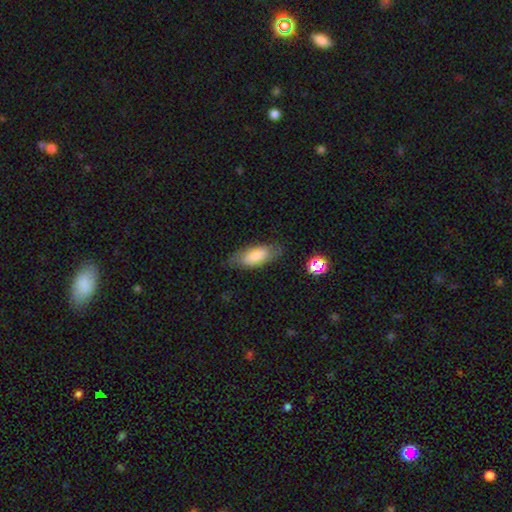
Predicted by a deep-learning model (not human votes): This appears to be a smooth galaxy with no disk features (73%) that is in between round and cigar-shaped (80%). Merging: none (73%).